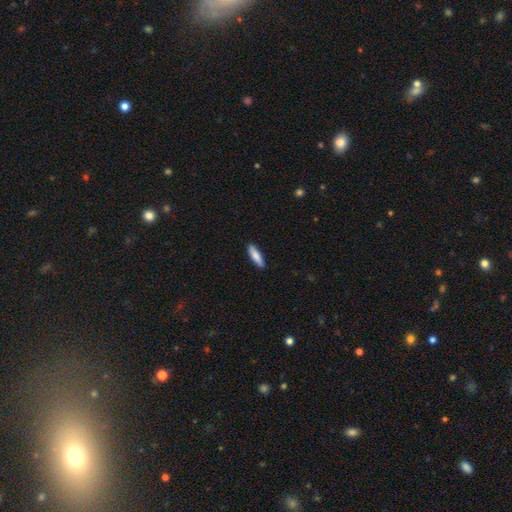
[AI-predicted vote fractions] Smooth or featured? smooth (83%)
How rounded? cigar-shaped (67%)
Merging? none (89%)